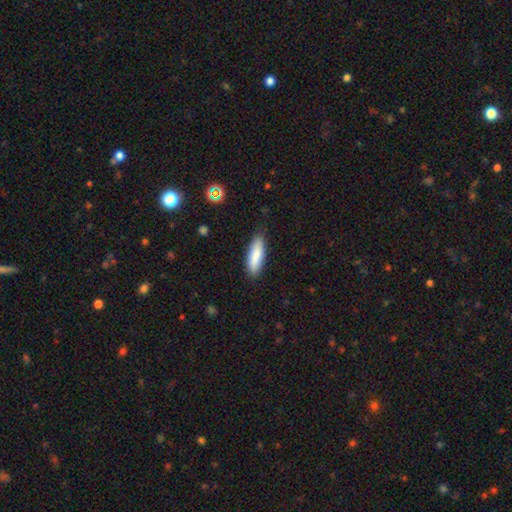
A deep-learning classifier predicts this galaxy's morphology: This is clearly a smooth galaxy (85%). How rounded: possibly in between (50%). Merging: clearly none (85%).